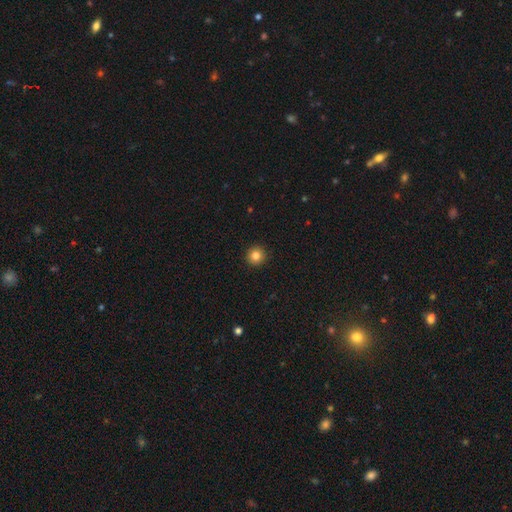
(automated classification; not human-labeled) Smooth or featured? Predicted: smooth (p=0.83). How rounded? Predicted: round (p=0.95). Merging? Predicted: none (p=0.93).